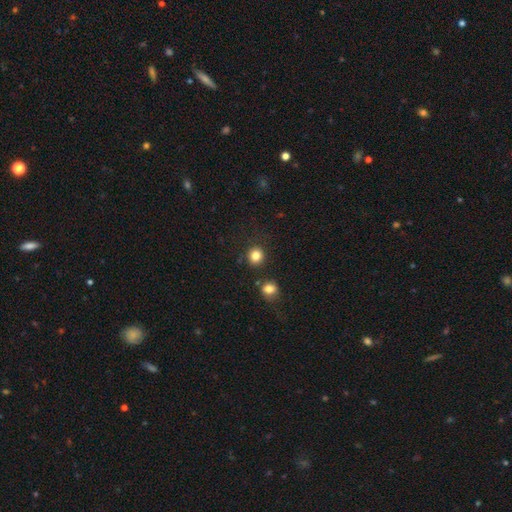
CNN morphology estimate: Smooth or featured: smooth — 83% (star or artifact — 12%)
How rounded: round — 88% (in between — 11%)
Merging: none — 85% (minor disturbance — 7%)